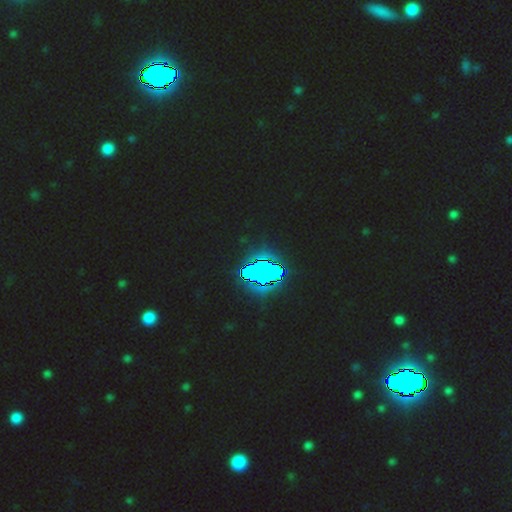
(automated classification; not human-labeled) star or artifact 77%, smooth 12%, featured or disk 11%.